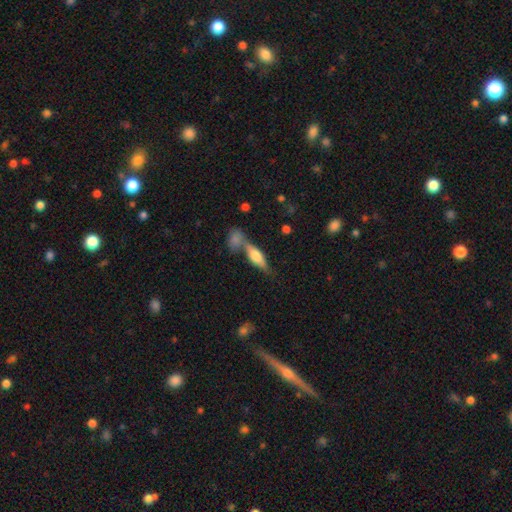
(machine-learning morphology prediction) This appears to be a smooth galaxy with no disk features (59%) that is in between round and cigar-shaped (52%). Merging: none (51%).